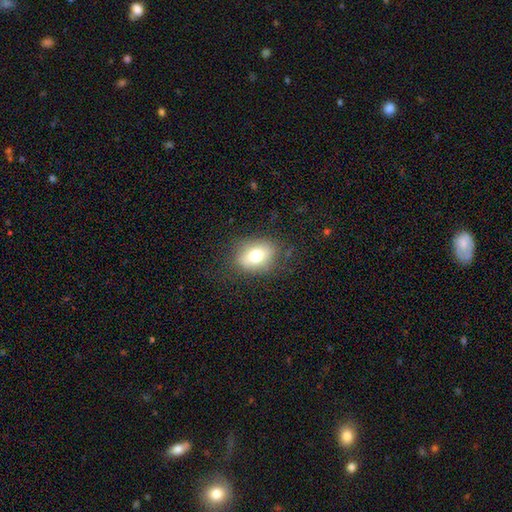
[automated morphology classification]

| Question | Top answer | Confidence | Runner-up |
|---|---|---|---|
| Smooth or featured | smooth | 72% | featured or disk (18%) |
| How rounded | in between | 67% | round (32%) |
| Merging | none | 79% | minor disturbance (14%) |